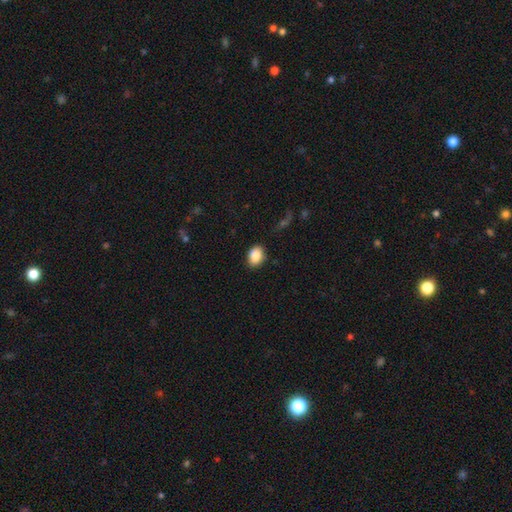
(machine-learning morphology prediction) smooth-or-featured: smooth: 87% | star or artifact: 8% | featured or disk: 5%
  how-rounded: in between: 73% | round: 26% | cigar-shaped: 1%
  merging: none: 86% | minor disturbance: 10% | major disturbance: 3% | merger: 1%